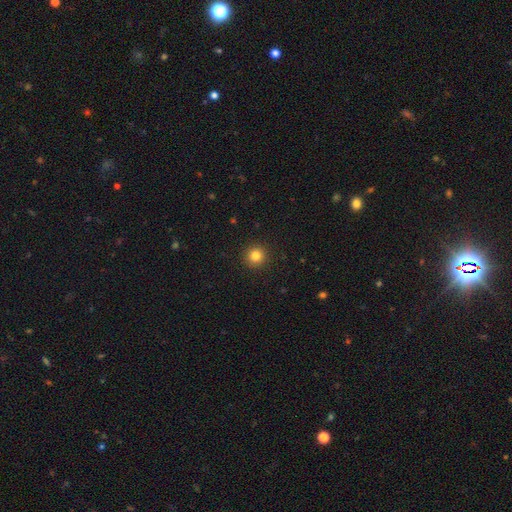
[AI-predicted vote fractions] Smooth or featured: smooth — 82% (star or artifact — 12%)
How rounded: round — 95% (in between — 4%)
Merging: none — 93% (minor disturbance — 5%)